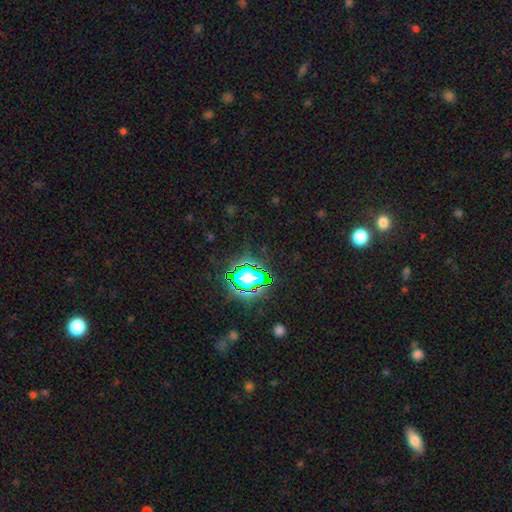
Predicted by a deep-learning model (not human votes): smooth-or-featured: star or artifact: 79% | smooth: 14% | featured or disk: 7%